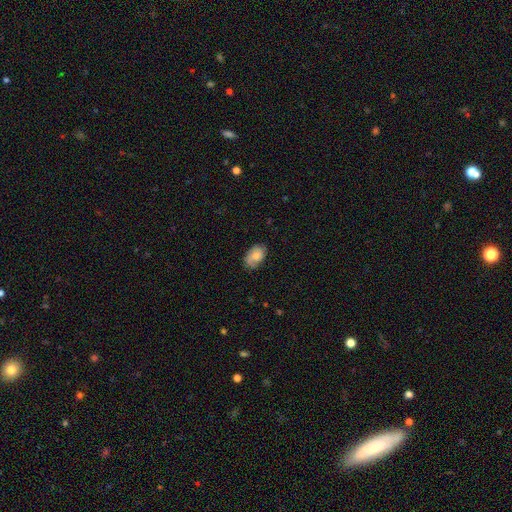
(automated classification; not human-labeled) Morphology: type=smooth (56%); roundness=in between (83%); merging=none (70%).